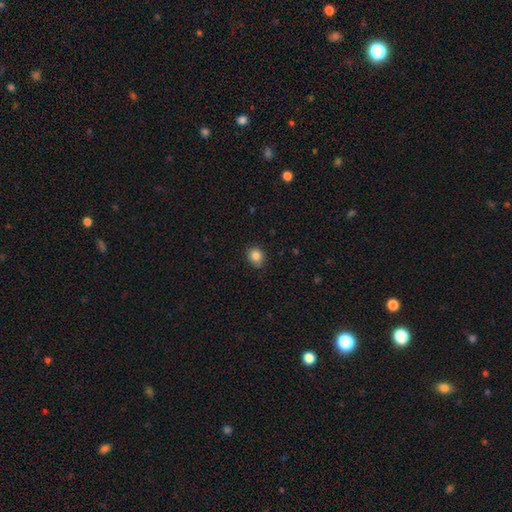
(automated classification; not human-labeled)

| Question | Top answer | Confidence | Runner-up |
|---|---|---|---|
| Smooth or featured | smooth | 85% | star or artifact (10%) |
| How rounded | round | 66% | in between (33%) |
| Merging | none | 79% | minor disturbance (17%) |